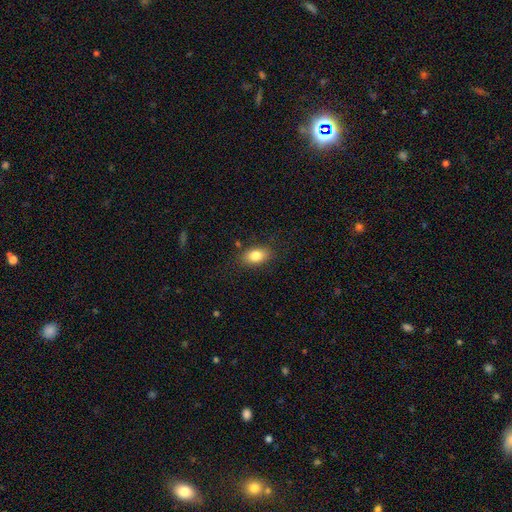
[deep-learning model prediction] Overall: smooth (83%). How rounded: in between (87%). Merging: none (84%).